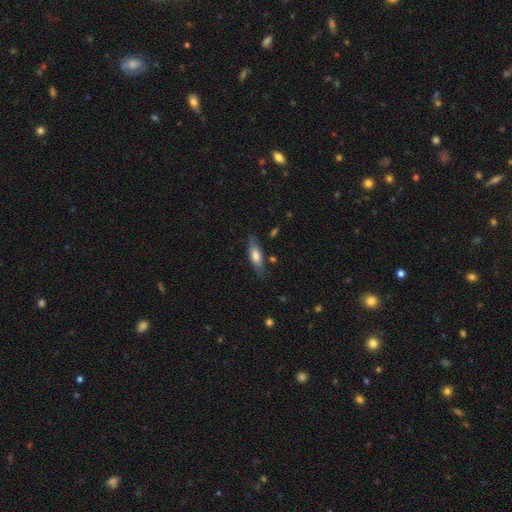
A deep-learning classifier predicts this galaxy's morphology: A smooth galaxy with no disk features (65%) that is in between round and cigar-shaped (55%).

Vote fractions:
- Smooth or featured? smooth: 65% / featured or disk: 28% / star or artifact: 6%
- How rounded? in between: 55% / cigar-shaped: 43% / round: 2%
- Merging? none: 74% / minor disturbance: 19% / major disturbance: 5% / merger: 3%